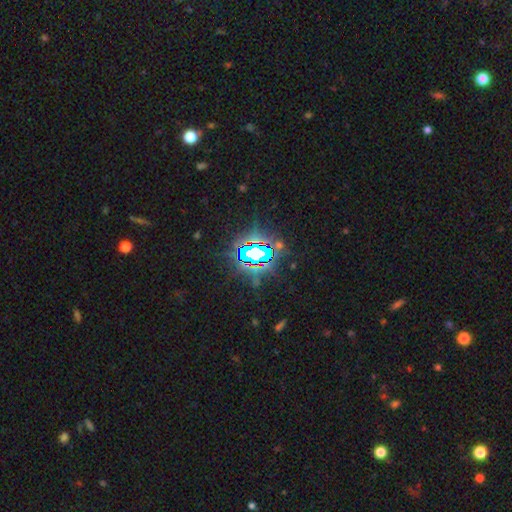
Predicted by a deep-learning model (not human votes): The model was most divided on "smooth or featured": star or artifact: 77%, smooth: 12%, featured or disk: 12%.